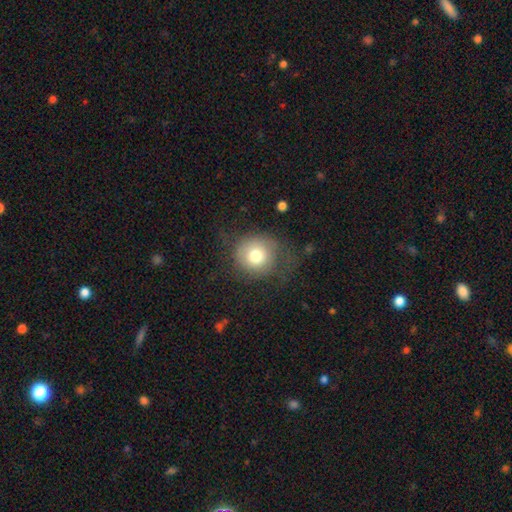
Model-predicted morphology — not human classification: The model was most divided on "merging": none: 62%, minor disturbance: 19%, major disturbance: 18%, merger: 2%. More confident: how rounded — round (91%); smooth or featured — smooth (74%).